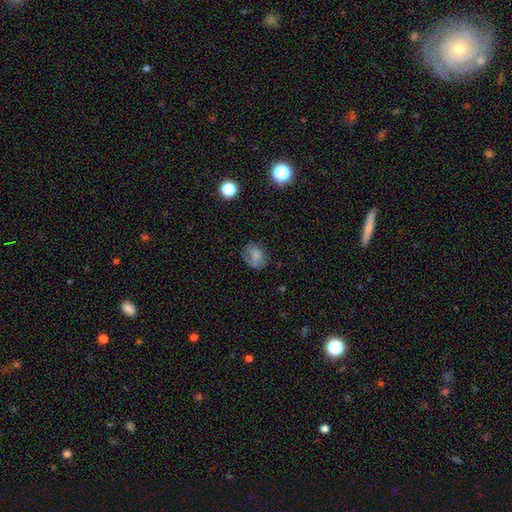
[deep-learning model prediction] Smooth or featured? Predicted: smooth (p=0.72). How rounded? Predicted: in between (p=0.50). Merging? Predicted: none (p=0.61).